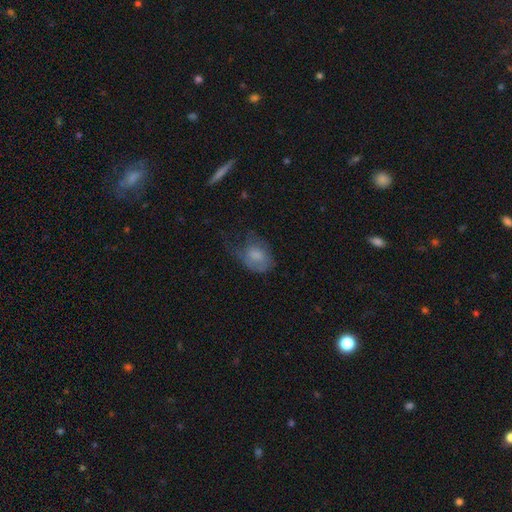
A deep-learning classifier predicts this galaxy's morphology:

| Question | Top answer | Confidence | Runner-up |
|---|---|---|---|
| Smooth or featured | smooth | 64% | featured or disk (27%) |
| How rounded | in between | 73% | round (25%) |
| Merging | major disturbance | 40% | minor disturbance (30%) |